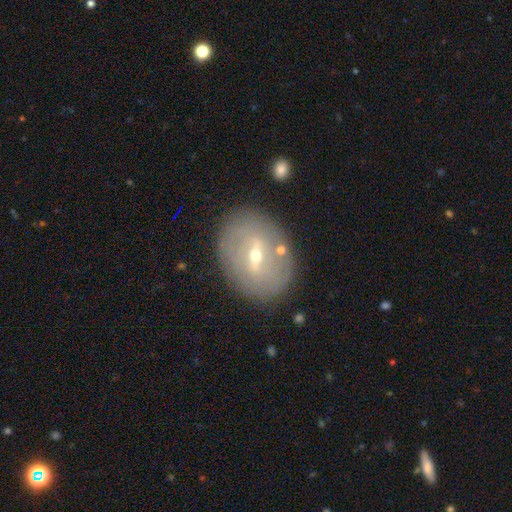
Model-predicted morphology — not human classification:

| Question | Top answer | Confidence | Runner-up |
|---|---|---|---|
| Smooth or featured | featured or disk | 68% | smooth (24%) |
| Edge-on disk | no | 89% | yes (11%) |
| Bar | weak | 48% | strong (39%) |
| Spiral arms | no | 60% | yes (40%) |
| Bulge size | small | 49% | moderate (47%) |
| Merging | none | 81% | minor disturbance (12%) |